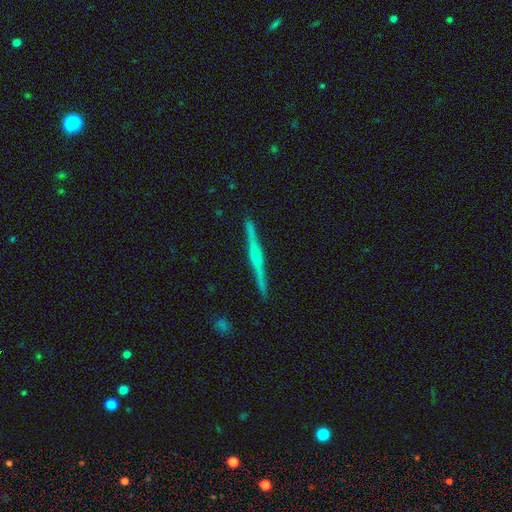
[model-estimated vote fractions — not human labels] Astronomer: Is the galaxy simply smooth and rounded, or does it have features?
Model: featured or disk — 72%.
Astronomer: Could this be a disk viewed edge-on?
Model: yes — 98%.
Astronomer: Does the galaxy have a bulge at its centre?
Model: rounded — 48% (runner-up: none, 32%).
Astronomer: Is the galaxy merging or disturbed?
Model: none — 92%.